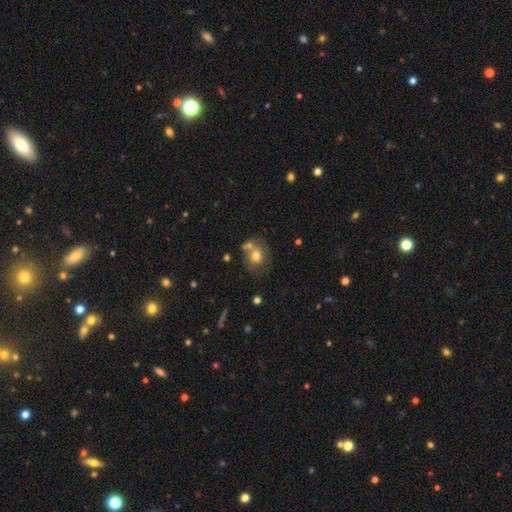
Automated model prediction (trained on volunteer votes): A smooth galaxy with no disk features (68%) that is round (67%).

Vote fractions:
- Smooth or featured? smooth: 68% / featured or disk: 21% / star or artifact: 11%
- How rounded? round: 67% / in between: 32% / cigar-shaped: 1%
- Merging? none: 47% / merger: 29% / minor disturbance: 16% / major disturbance: 7%